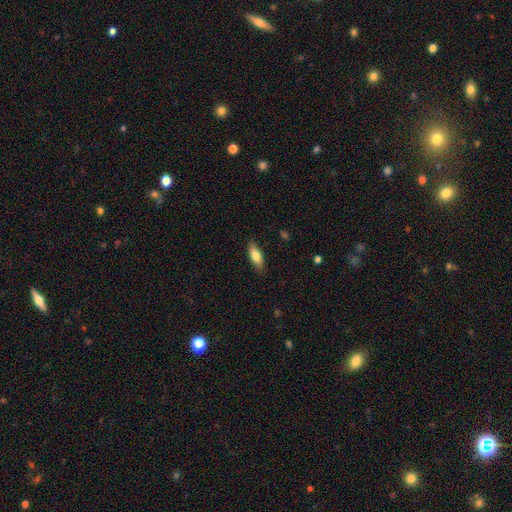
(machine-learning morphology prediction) A smooth galaxy with no disk features (77%) that is in between round and cigar-shaped (70%).

Vote fractions:
- Smooth or featured? smooth: 77% / featured or disk: 17% / star or artifact: 6%
- How rounded? in between: 70% / cigar-shaped: 28% / round: 2%
- Merging? none: 85% / minor disturbance: 11% / major disturbance: 2% / merger: 1%